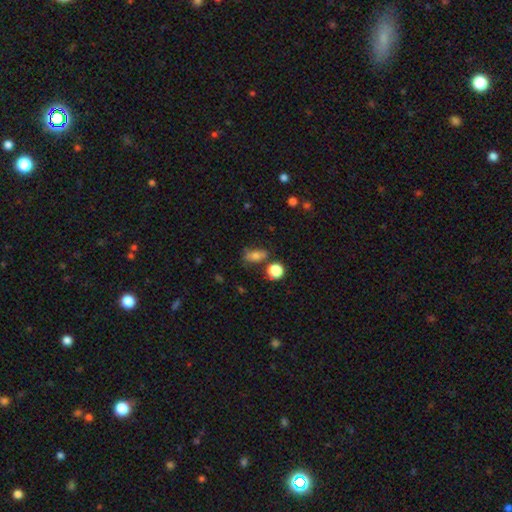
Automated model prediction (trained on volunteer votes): Smooth or featured: smooth — 74% (featured or disk — 13%)
How rounded: in between — 74% (round — 16%)
Merging: none — 63% (minor disturbance — 21%)